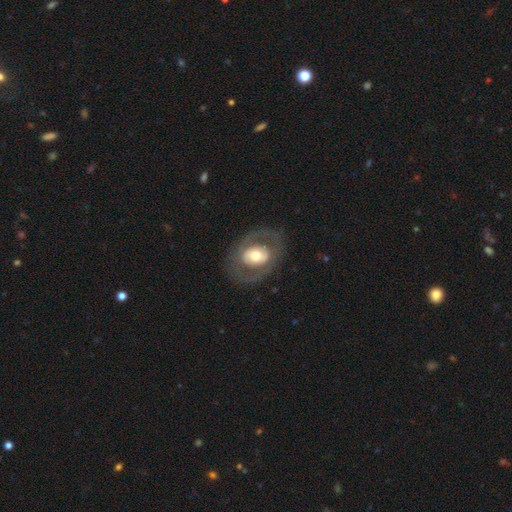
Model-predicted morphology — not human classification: featured or disk 59%, smooth 35%, star or artifact 6%. Down the decision tree: edge-on disk — no (95%); bar — no (66%); spiral arms — no (69%); bulge size — moderate (62%); merging — none (77%).